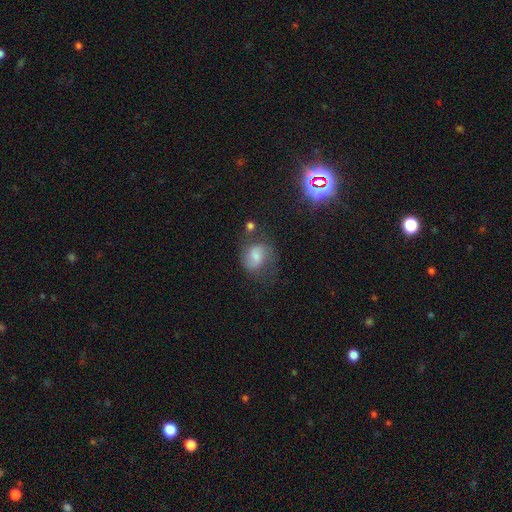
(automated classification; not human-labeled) This appears to be a smooth galaxy with no disk features (41%). Merging: none (53%).